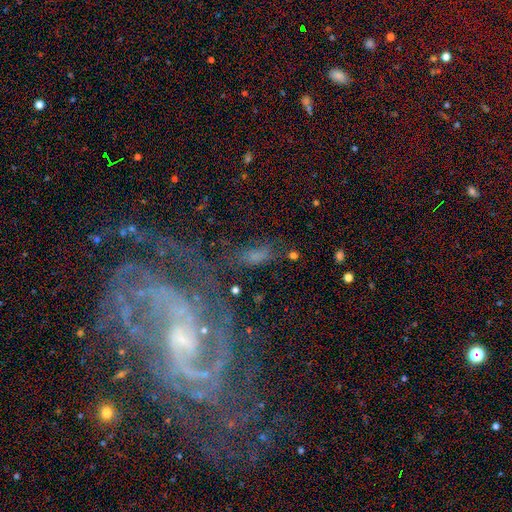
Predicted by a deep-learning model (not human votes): featured or disk 51%, smooth 31%, star or artifact 18%. Down the decision tree: edge-on disk — no (86%); merging — none (58%).